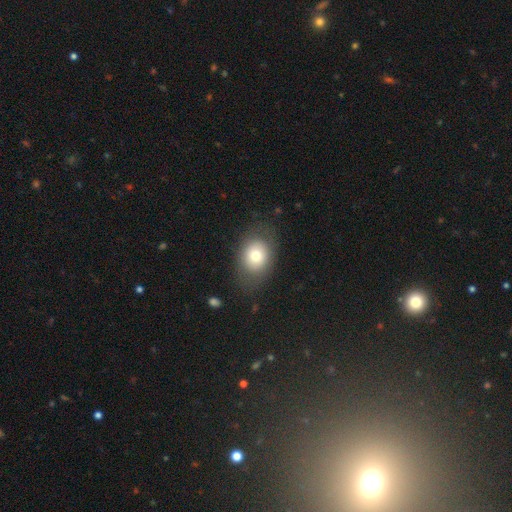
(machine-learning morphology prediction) smooth 74%, featured or disk 17%, star or artifact 9%. Down the decision tree: how rounded — in between (64%); merging — none (77%).